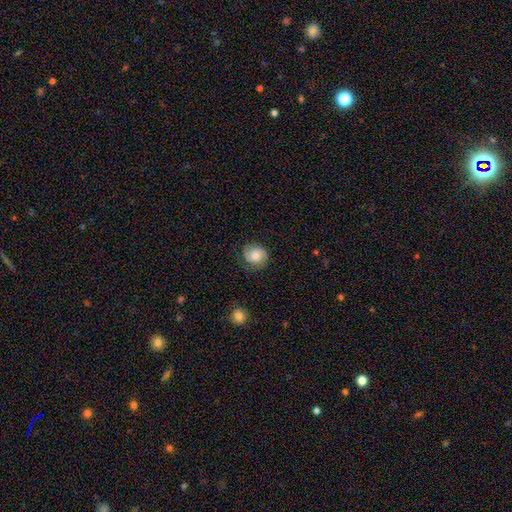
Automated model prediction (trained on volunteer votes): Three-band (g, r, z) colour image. It shows a smooth galaxy with no disk features (51%) that is round (84%). Merging: none (77%).